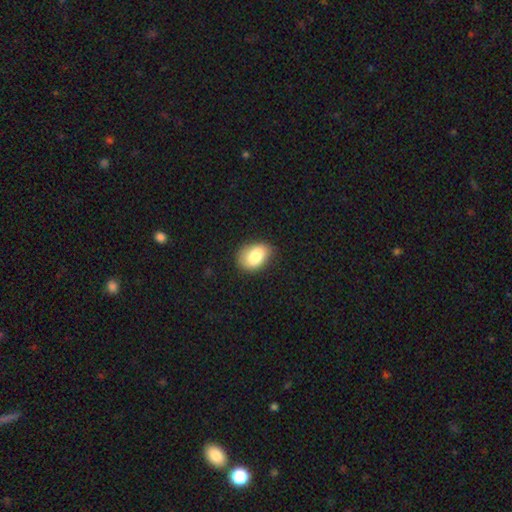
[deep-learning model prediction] The model was most divided on "merging": none: 78%, minor disturbance: 17%, major disturbance: 3%, merger: 1%. More confident: smooth or featured — smooth (84%); how rounded — in between (81%).